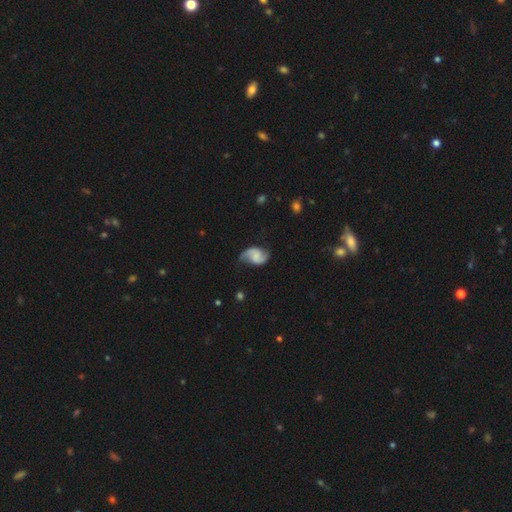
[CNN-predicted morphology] featured or disk 82%, smooth 12%, star or artifact 6%. Down the decision tree: edge-on disk — no (98%); bar — no (52%); spiral arms — yes (97%); spiral arm count — 2 (92%); spiral winding — loose (50%); bulge size — none (52%); merging — none (72%).